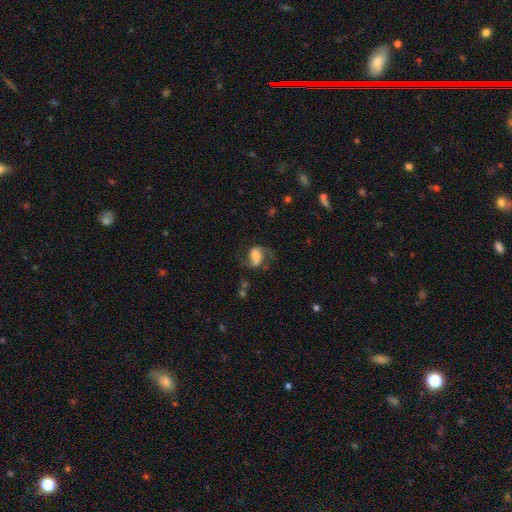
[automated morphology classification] smooth-or-featured: featured or disk: 67% | smooth: 25% | star or artifact: 8%
  disk-edge-on: no: 97% | yes: 3%
    bar: weak: 40% | no: 37% | strong: 24%
    has-spiral-arms: yes: 90% | no: 10%
      spiral-winding: loose: 45% (tied) | medium: 45% (tied) | tight: 11%
      spiral-arm-count: 2: 86% | 1: 6% | can't tell: 4% | 3: 1% | 4: 1% | more than 4: 1%
    bulge-size: moderate: 46% | large: 23% | small: 21% | none: 5% | dominant: 4%
  merging: none: 57% | major disturbance: 20% | minor disturbance: 19% | merger: 4%